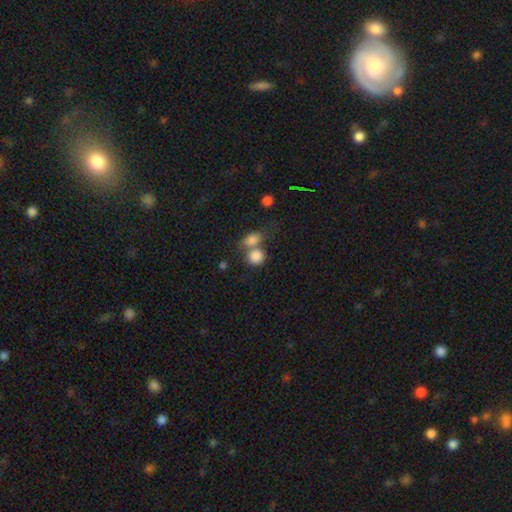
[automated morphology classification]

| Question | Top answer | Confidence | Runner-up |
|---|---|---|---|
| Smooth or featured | smooth | 84% | star or artifact (8%) |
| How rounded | round | 69% | in between (29%) |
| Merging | merger | 49% | none (36%) |